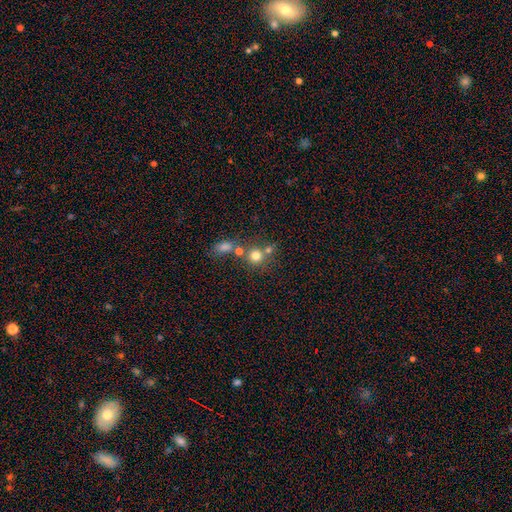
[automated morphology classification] Q: Smooth or featured?
A: smooth (74%); runner-up: star or artifact (15%)
Q: How rounded?
A: round (88%); runner-up: in between (11%)
Q: Merging?
A: none (55%); runner-up: merger (32%)